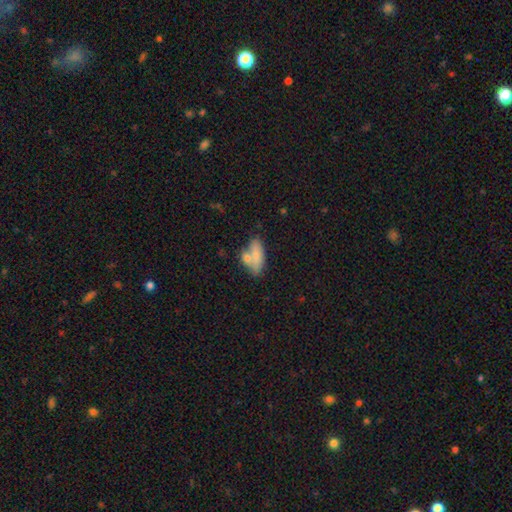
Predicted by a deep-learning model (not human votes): Smooth or featured? Predicted: smooth (p=0.77). How rounded? Predicted: in between (p=0.81). Merging? Predicted: none (p=0.54).